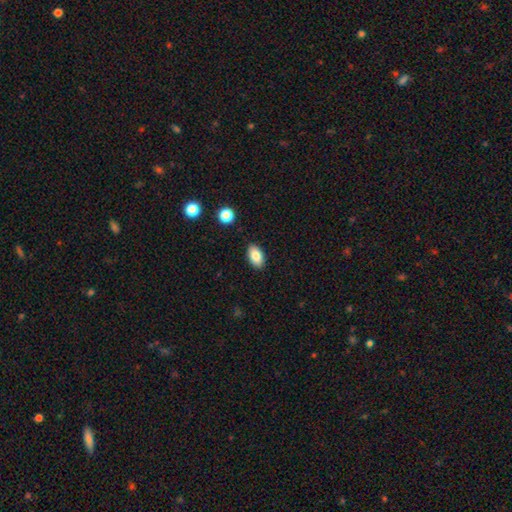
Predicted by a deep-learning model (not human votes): Q: Smooth or featured?
A: smooth (84%); runner-up: featured or disk (8%)
Q: How rounded?
A: in between (92%); runner-up: round (5%)
Q: Merging?
A: none (88%); runner-up: minor disturbance (9%)